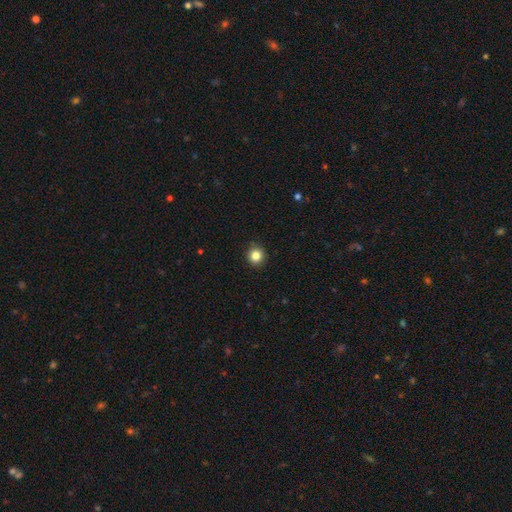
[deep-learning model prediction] This appears to be a smooth galaxy with no disk features (84%) that is round (93%). Merging: none (92%).